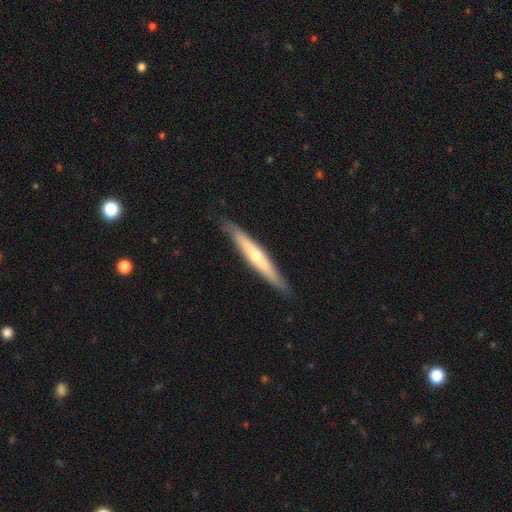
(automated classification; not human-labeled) Smooth or featured? featured or disk (61%)
Edge-on disk? yes (94%)
Edge-on bulge? rounded (68%)
Merging? none (89%)